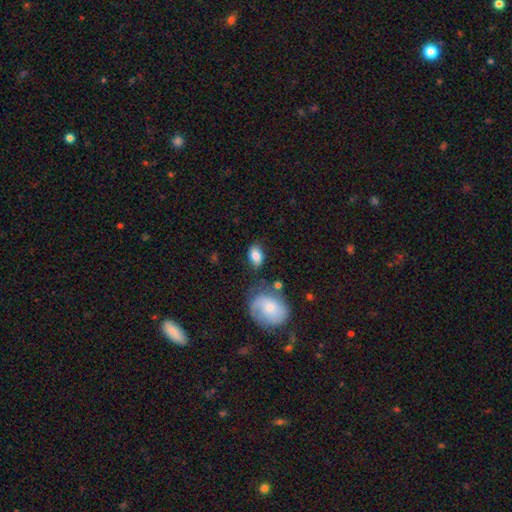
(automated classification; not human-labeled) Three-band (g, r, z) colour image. It shows a smooth galaxy with no disk features (81%) that is in between round and cigar-shaped (87%). Merging: none (69%).